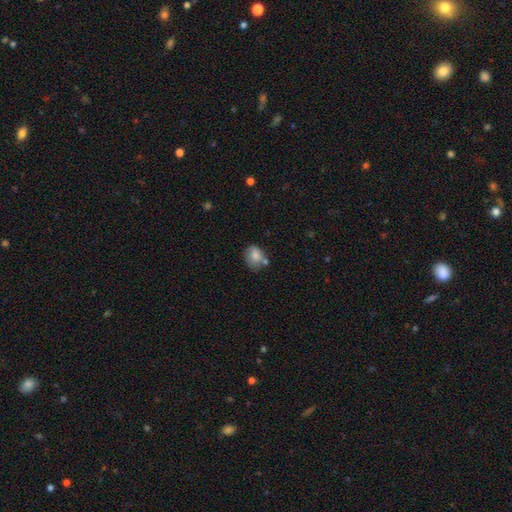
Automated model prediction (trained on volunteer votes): Overall: smooth (78%). How rounded: round (53%; in between 46%). Merging: none (52%; minor disturbance 24%).